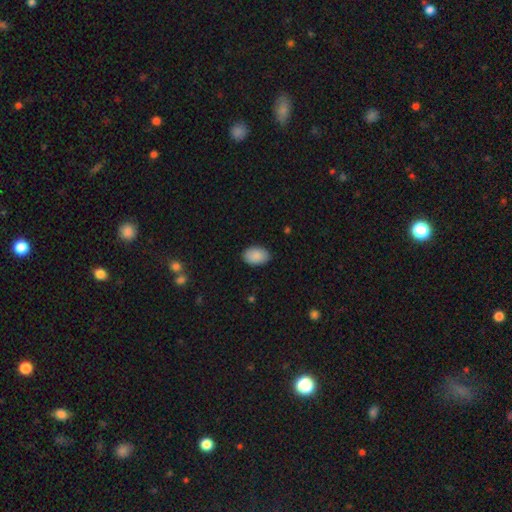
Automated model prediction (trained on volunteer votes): This appears to be a smooth galaxy with no disk features (90%) that is in between round and cigar-shaped (89%). Merging: none (88%).